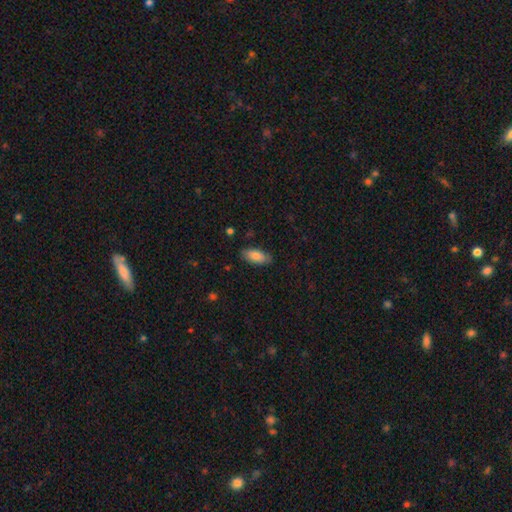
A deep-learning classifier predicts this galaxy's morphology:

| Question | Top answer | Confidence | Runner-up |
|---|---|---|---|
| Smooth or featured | smooth | 81% | featured or disk (12%) |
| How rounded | in between | 89% | cigar-shaped (9%) |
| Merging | none | 84% | minor disturbance (13%) |